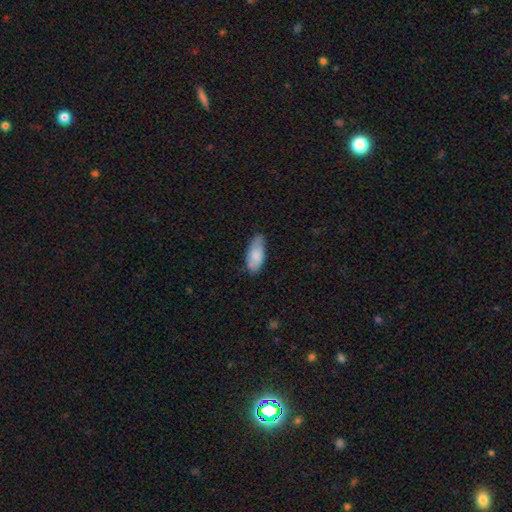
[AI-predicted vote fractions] A smooth galaxy with no disk features (83%) that is in between round and cigar-shaped (85%). Merging: none (69%).